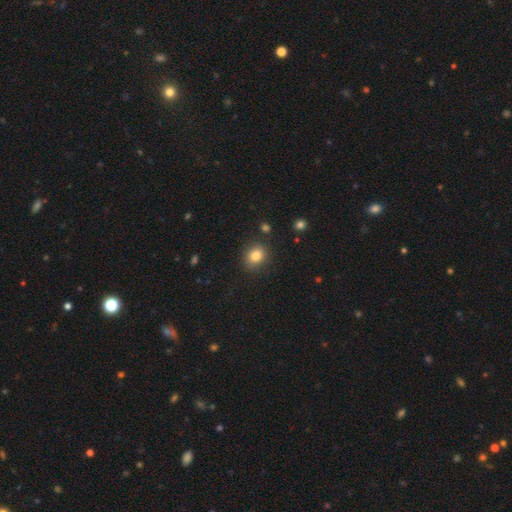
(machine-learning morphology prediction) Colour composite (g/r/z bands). It shows a smooth galaxy with no disk features (83%) that is round (65%). Merging: none (81%).